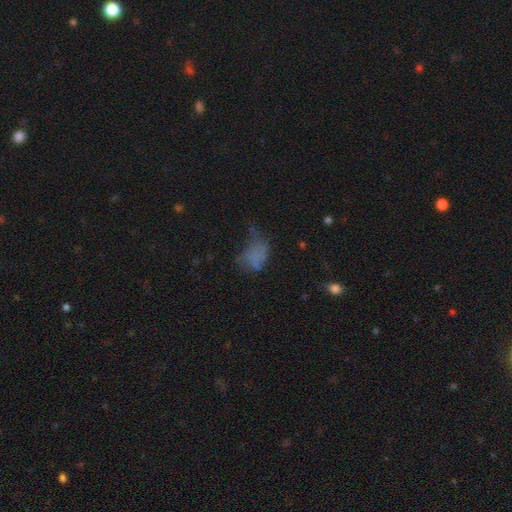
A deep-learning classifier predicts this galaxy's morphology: This appears to be a smooth galaxy with no disk features (57%) that is in between round and cigar-shaped (77%). Merging: major disturbance (41%).